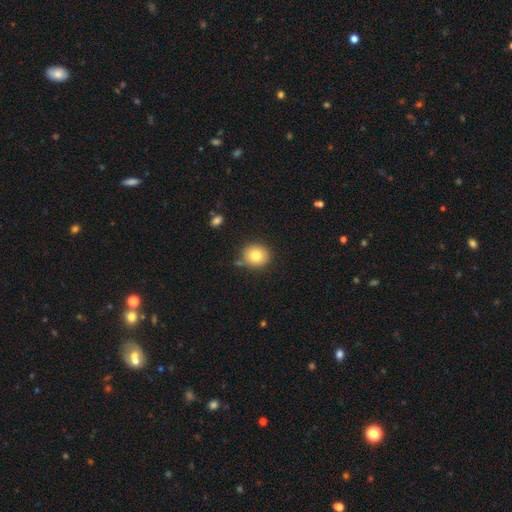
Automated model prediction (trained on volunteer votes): smooth_or_featured: smooth (p=0.80) [alt: featured or disk p=0.10]
how_rounded: round (p=0.83) [alt: in between p=0.16]
merging: none (p=0.77) [alt: minor disturbance p=0.14]